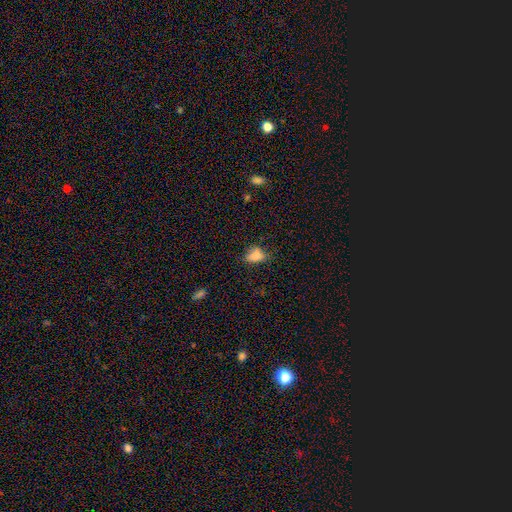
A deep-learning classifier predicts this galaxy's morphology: smooth-or-featured: smooth: 77% | star or artifact: 13% | featured or disk: 10%
  how-rounded: in between: 80% | round: 16% | cigar-shaped: 4%
  merging: none: 51% | minor disturbance: 31% | major disturbance: 14% | merger: 5%